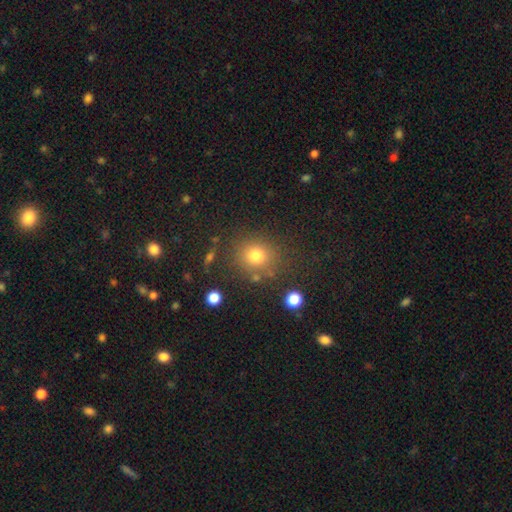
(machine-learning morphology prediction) The model was most divided on "smooth or featured": smooth: 76%, star or artifact: 15%, featured or disk: 8%. More confident: how rounded — round (85%); merging — none (80%).